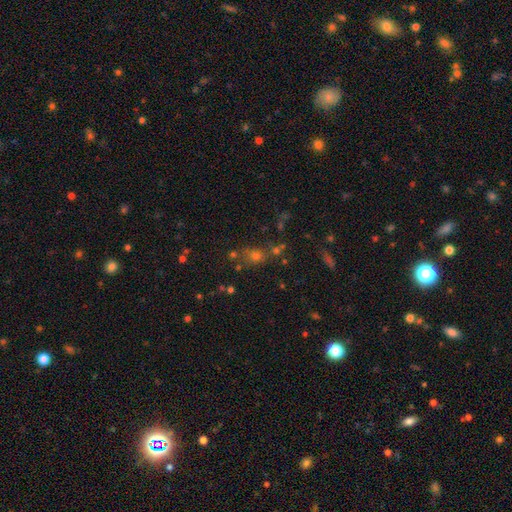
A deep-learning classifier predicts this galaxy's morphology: A smooth galaxy with no disk features (52%) that is round (69%).

Vote fractions:
- Smooth or featured? smooth: 52% / star or artifact: 36% / featured or disk: 12%
- How rounded? round: 69% / in between: 28% / cigar-shaped: 3%
- Merging? none: 63% / merger: 18% / minor disturbance: 12% / major disturbance: 6%